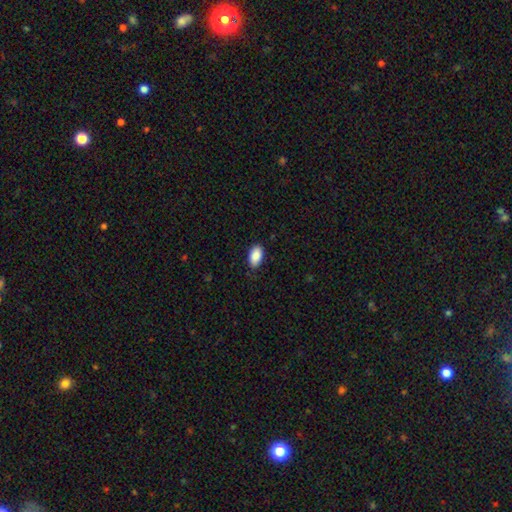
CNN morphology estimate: This appears to be a smooth galaxy with no disk features (90%) that is in between round and cigar-shaped (94%). Merging: none (84%).